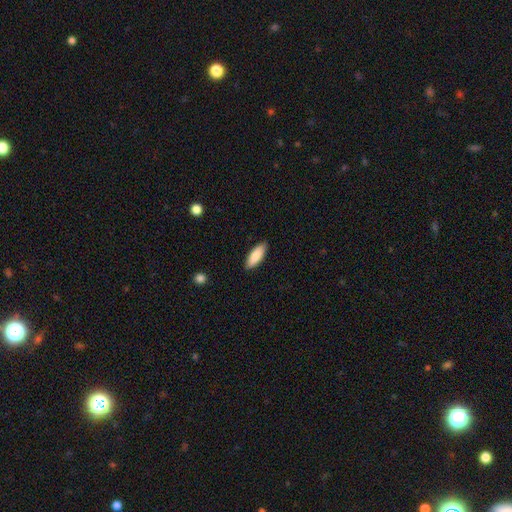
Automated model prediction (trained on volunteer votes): This is clearly a smooth galaxy (85%). How rounded: likely in between (70%). Merging: clearly none (88%).